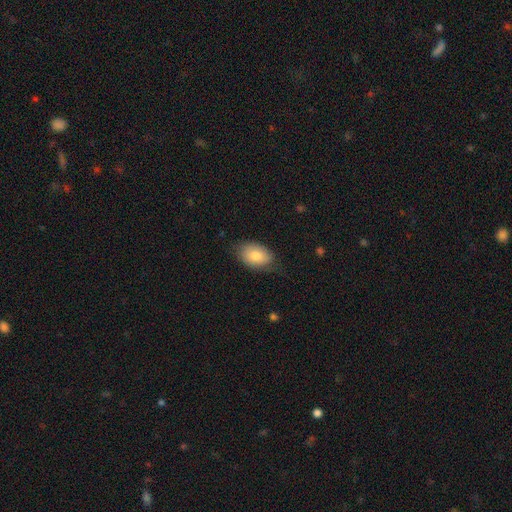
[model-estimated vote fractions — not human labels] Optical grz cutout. It shows a smooth galaxy with no disk features (77%) that is in between round and cigar-shaped (85%). Merging: none (70%).